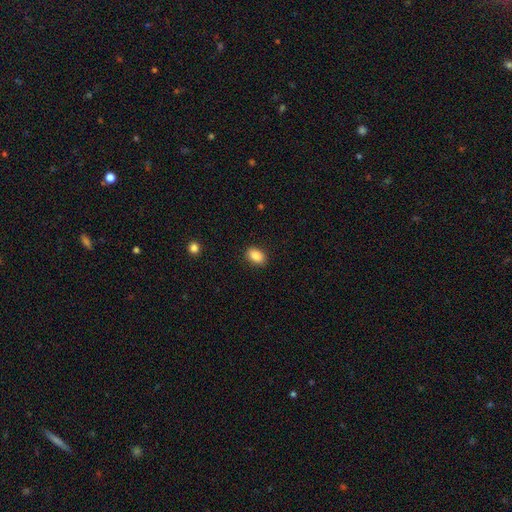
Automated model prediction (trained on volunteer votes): Smooth or featured? Predicted: smooth (p=0.88). How rounded? Predicted: in between (p=0.82). Merging? Predicted: none (p=0.88).